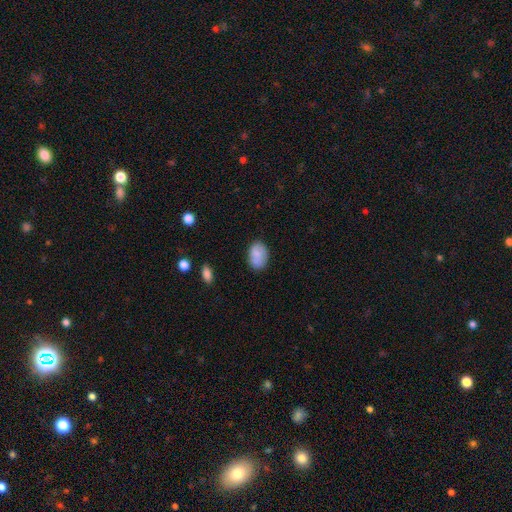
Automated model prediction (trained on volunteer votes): Q: Smooth or featured?
A: smooth (81%); runner-up: featured or disk (12%)
Q: How rounded?
A: in between (84%); runner-up: round (14%)
Q: Merging?
A: none (74%); runner-up: minor disturbance (18%)